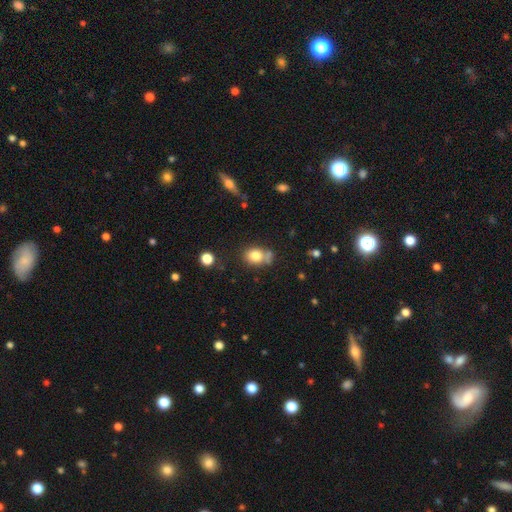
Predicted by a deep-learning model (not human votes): smooth-or-featured: smooth: 79% | star or artifact: 11% | featured or disk: 10%
  how-rounded: round: 54% | in between: 45% | cigar-shaped: 1%
  merging: none: 55% | merger: 19% | minor disturbance: 19% | major disturbance: 7%